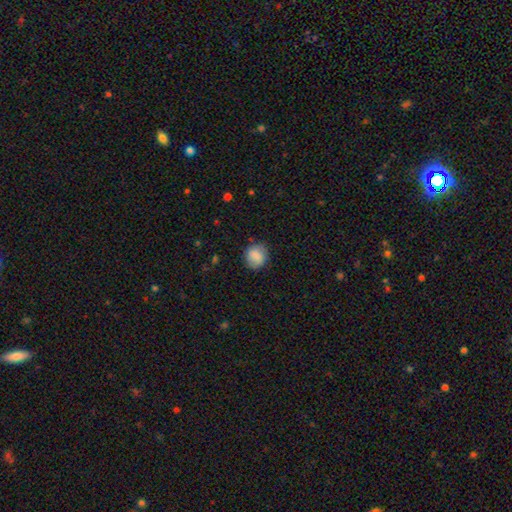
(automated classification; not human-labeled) Overall: smooth (85%). How rounded: round (75%). Merging: none (79%).